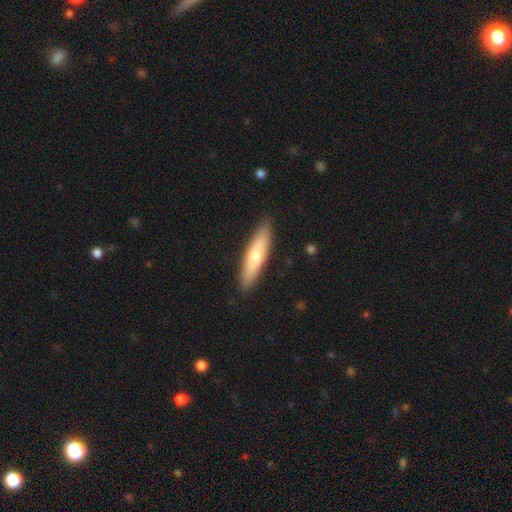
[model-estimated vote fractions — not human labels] A smooth galaxy with no disk features (62%) that is cigar-shaped (78%). Merging: none (90%).